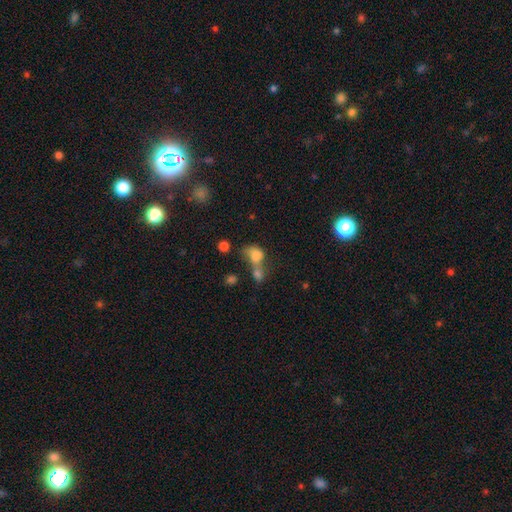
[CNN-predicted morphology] The model was most divided on "how rounded": in between: 64%, round: 34%, cigar-shaped: 2%. More confident: smooth or featured — smooth (72%); merging — merger (62%).